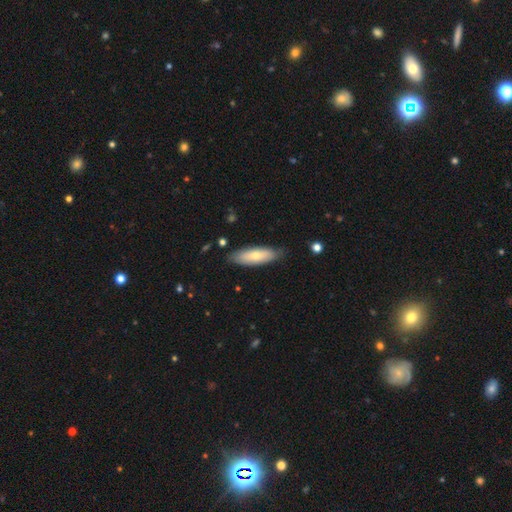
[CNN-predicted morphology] A smooth galaxy with no disk features (68%) that is in between round and cigar-shaped (60%).

Vote fractions:
- Smooth or featured? smooth: 68% / featured or disk: 26% / star or artifact: 6%
- How rounded? in between: 60% / cigar-shaped: 38% / round: 2%
- Merging? none: 81% / minor disturbance: 15% / major disturbance: 3% / merger: 1%